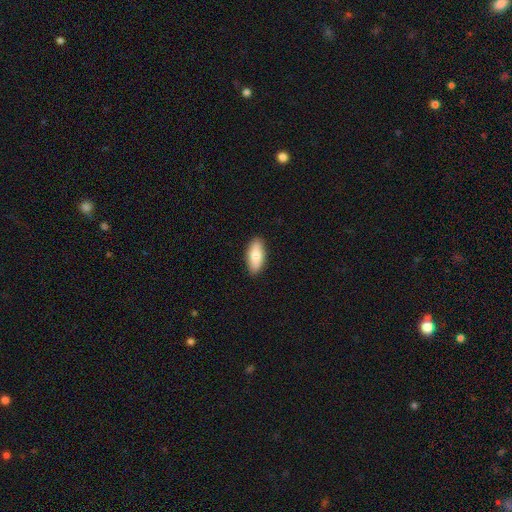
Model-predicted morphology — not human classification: The model was most divided on "smooth or featured": smooth: 80%, featured or disk: 14%, star or artifact: 6%. More confident: merging — none (89%); how rounded — in between (86%).